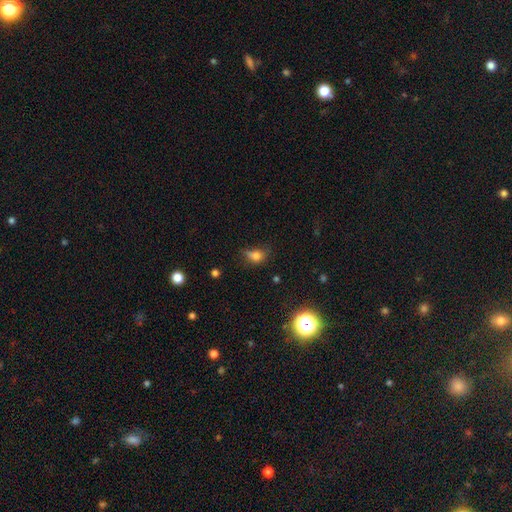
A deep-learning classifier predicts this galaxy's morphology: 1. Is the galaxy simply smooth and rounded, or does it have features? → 75% smooth, 14% star or artifact, 11% featured or disk.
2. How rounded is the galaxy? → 63% in between, 34% round, 3% cigar-shaped.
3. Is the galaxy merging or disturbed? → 40% none, 37% minor disturbance, 20% major disturbance, 4% merger.